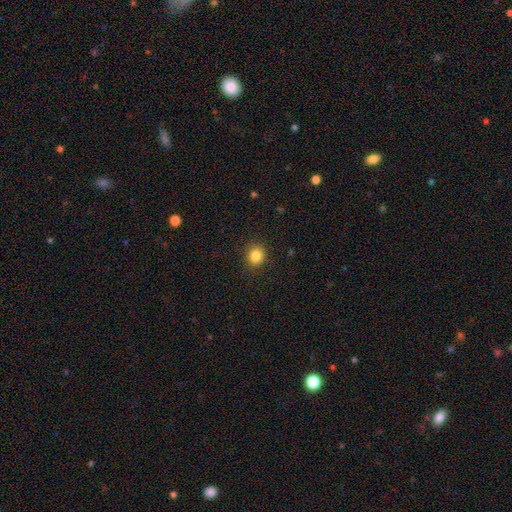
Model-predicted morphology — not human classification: Smooth or featured: smooth — 84% (star or artifact — 11%)
How rounded: round — 84% (in between — 15%)
Merging: none — 90% (minor disturbance — 7%)